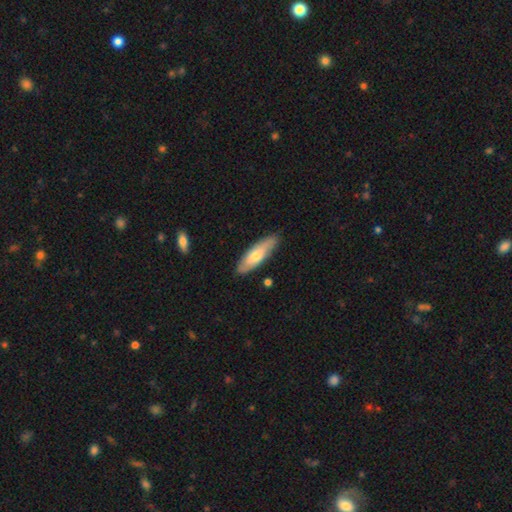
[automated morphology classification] A smooth galaxy with no disk features (61%) that is cigar-shaped (55%).

Vote fractions:
- Smooth or featured? smooth: 61% / featured or disk: 33% / star or artifact: 6%
- How rounded? cigar-shaped: 55% / in between: 43% / round: 2%
- Merging? none: 83% / minor disturbance: 13% / major disturbance: 2% / merger: 2%